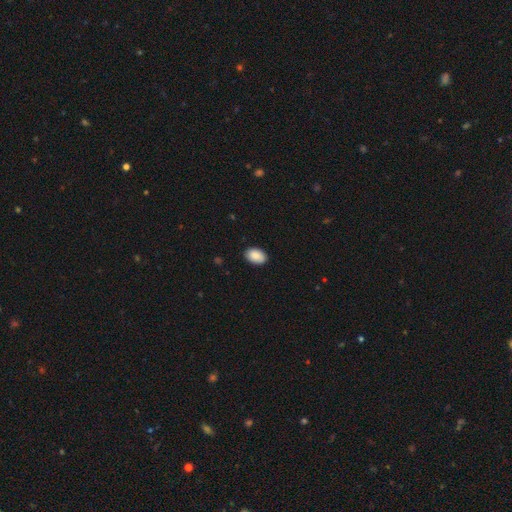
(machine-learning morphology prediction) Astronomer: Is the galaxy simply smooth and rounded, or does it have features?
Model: smooth — 90%.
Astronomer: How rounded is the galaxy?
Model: in between — 91%.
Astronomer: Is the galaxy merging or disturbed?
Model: none — 89%.